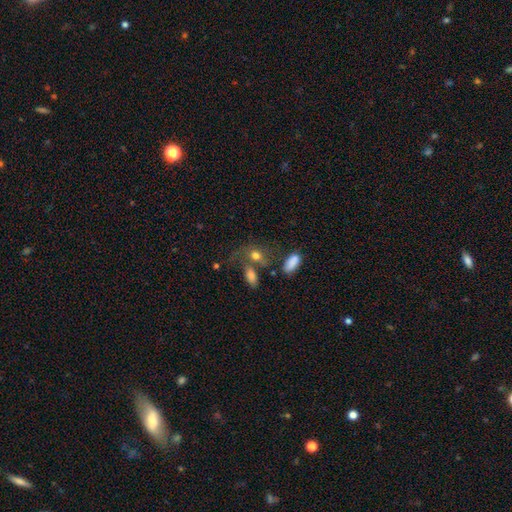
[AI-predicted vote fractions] The model was most divided on "merging": none: 41%, merger: 28%, minor disturbance: 16%, major disturbance: 15%. More confident: smooth or featured — smooth (71%); how rounded — in between (67%).